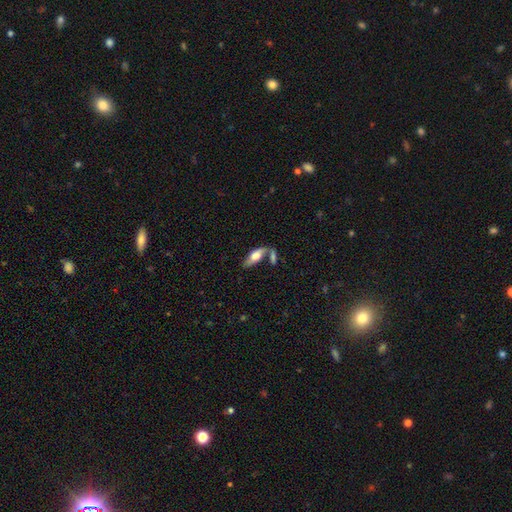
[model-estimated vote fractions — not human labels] Q: Smooth or featured?
A: smooth (54%); runner-up: featured or disk (39%)
Q: How rounded?
A: in between (71%); runner-up: cigar-shaped (25%)
Q: Merging?
A: none (47%); runner-up: merger (27%)